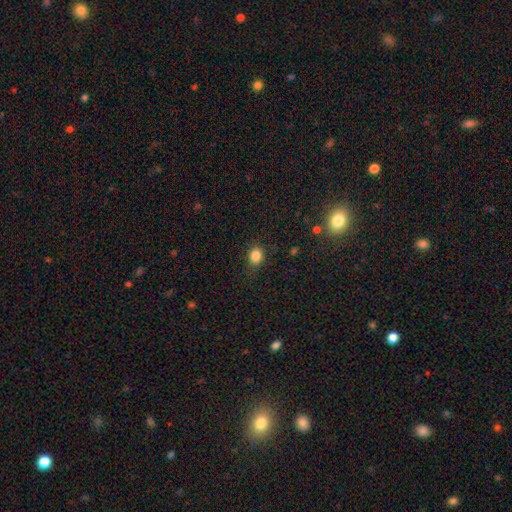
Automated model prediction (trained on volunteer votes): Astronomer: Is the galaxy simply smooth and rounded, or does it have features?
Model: smooth — 84%.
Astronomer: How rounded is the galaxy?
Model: round — 55% (runner-up: in between, 44%).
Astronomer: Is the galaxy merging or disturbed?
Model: none — 81%.